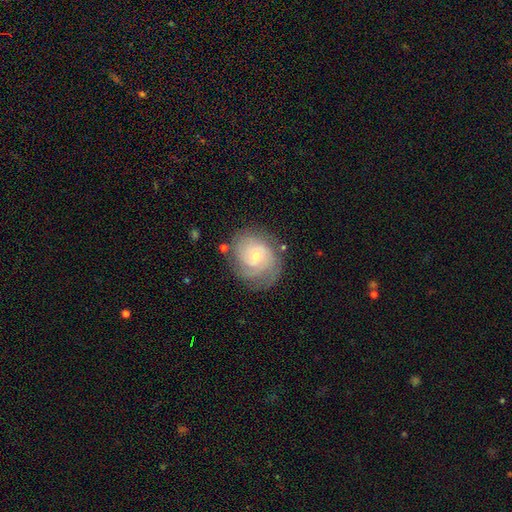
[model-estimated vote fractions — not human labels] Smooth or featured?
  - featured or disk: 71% *
  - smooth: 22%
  - star or artifact: 7%
Edge-on disk?
  - no: 98% *
  - yes: 2%
Bar?
  - no: 69% *
  - weak: 27%
  - strong: 4%
Spiral arms?
  - yes: 91% *
  - no: 9%
Spiral winding?
  - tight: 62% *
  - medium: 30%
  - loose: 8%
Spiral arm count?
  - can't tell: 36% *
  - 2: 25%
  - 3: 21%
  - 4: 8%
  - 1: 6%
  - more than 4: 4%
Bulge size?
  - small: 70% *
  - moderate: 26%
  - large: 2%
  - none: 2%
  - dominant: 1%
Merging?
  - none: 71% *
  - minor disturbance: 18%
  - major disturbance: 8%
  - merger: 3%